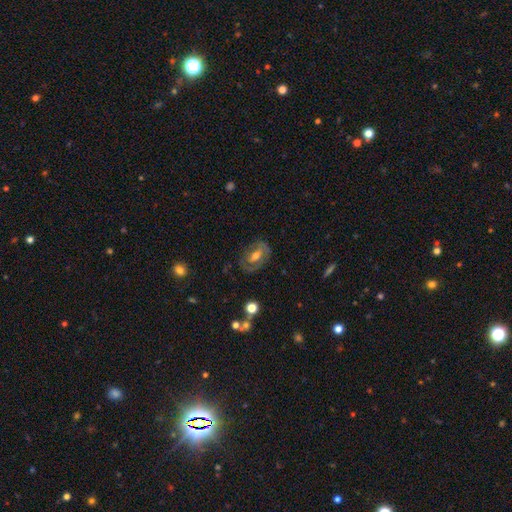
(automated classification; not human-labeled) This appears to be a featured or disk galaxy (64%) with no bar (43%), spiral arms (58%) and a moderate central bulge (68%). Merging: none (71%).